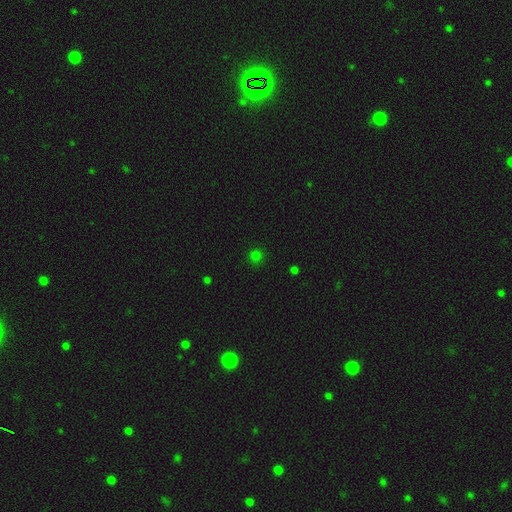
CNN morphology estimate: smooth-or-featured: smooth: 73% | star or artifact: 23% | featured or disk: 4%
  how-rounded: round: 92% | in between: 7% | cigar-shaped: 1%
  merging: none: 88% | minor disturbance: 8% | major disturbance: 3% | merger: 2%